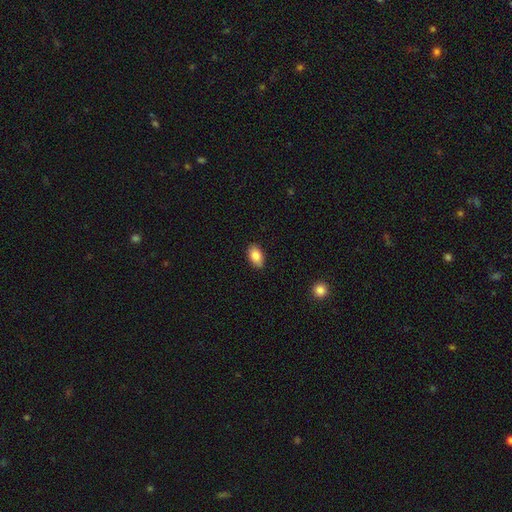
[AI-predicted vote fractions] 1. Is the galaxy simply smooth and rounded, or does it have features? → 85% smooth, 8% star or artifact, 8% featured or disk.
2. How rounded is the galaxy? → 90% in between, 8% round, 2% cigar-shaped.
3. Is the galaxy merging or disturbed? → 84% none, 13% minor disturbance, 2% major disturbance, 1% merger.